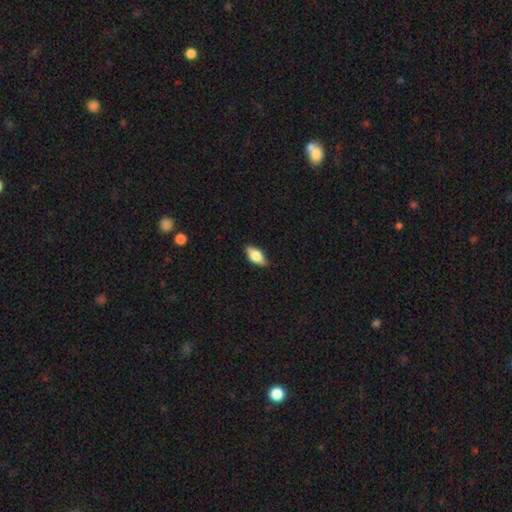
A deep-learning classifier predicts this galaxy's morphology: Smooth or featured? Predicted: smooth (p=0.72). How rounded? Predicted: in between (p=0.86). Merging? Predicted: none (p=0.83).